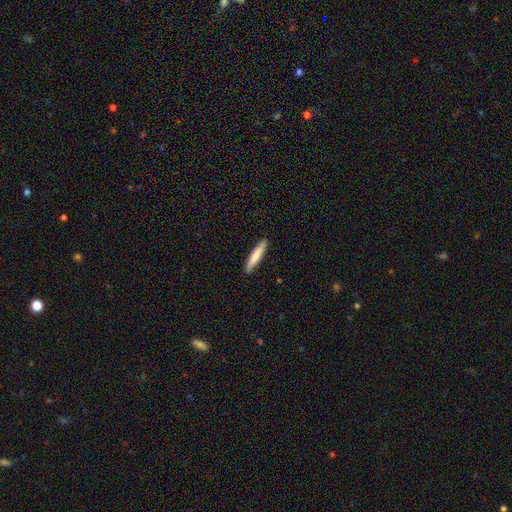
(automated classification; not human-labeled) A smooth galaxy with no disk features (77%) that is cigar-shaped (92%). Merging: none (90%).